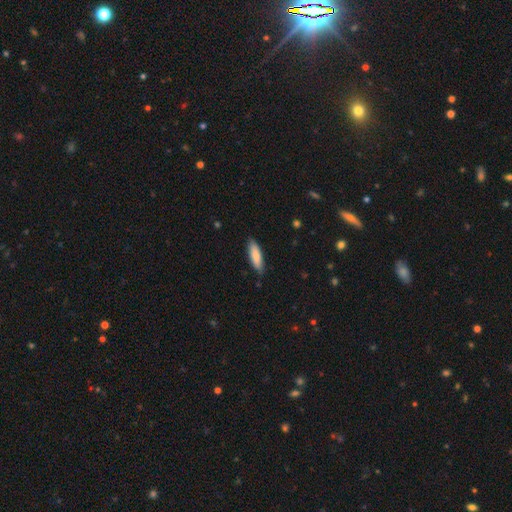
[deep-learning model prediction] Overall: smooth (80%). How rounded: cigar-shaped (55%; in between 44%). Merging: none (85%).